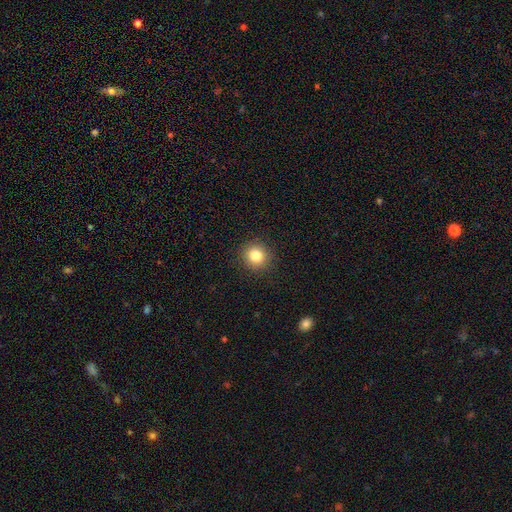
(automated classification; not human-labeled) The model was most divided on "smooth or featured": smooth: 83%, star or artifact: 11%, featured or disk: 6%. More confident: merging — none (91%); how rounded — round (90%).